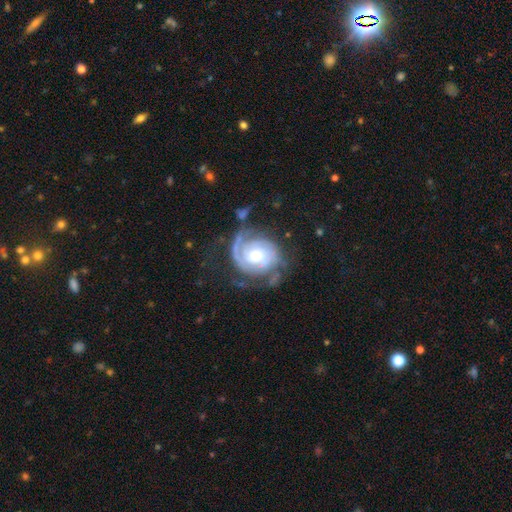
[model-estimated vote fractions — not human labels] Morphology: type=featured or disk (86%); edge-on=no (98%); bar=no (66%); spiral arms=yes (94%); winding=tight (66%); arm count=2 (39%); bulge=moderate (69%); merging=none (58%).